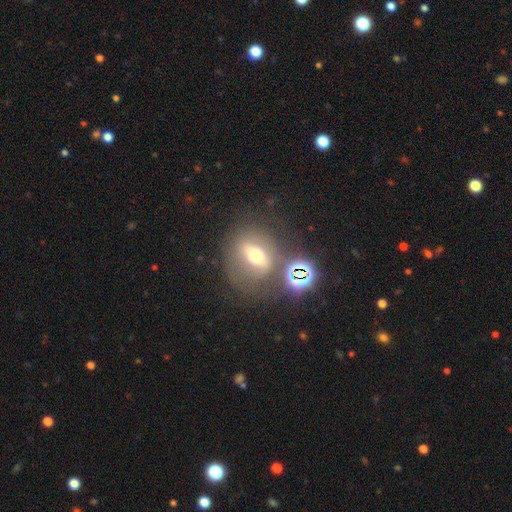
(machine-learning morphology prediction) A smooth galaxy with no disk features (41%). Merging: none (59%).